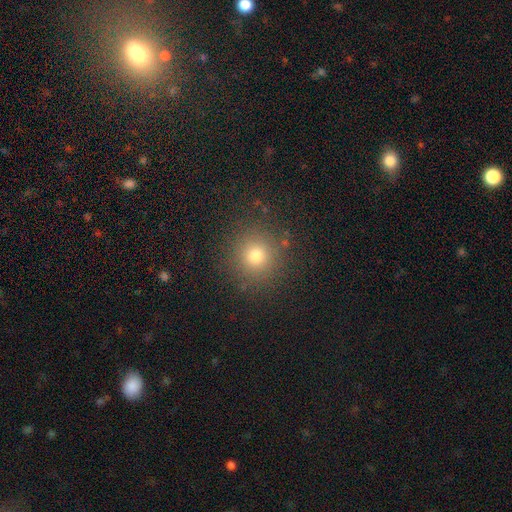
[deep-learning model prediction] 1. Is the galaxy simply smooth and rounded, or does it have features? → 73% smooth, 19% star or artifact, 8% featured or disk.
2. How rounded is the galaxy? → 93% round, 6% in between, 1% cigar-shaped.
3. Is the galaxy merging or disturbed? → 88% none, 7% minor disturbance, 3% major disturbance, 2% merger.